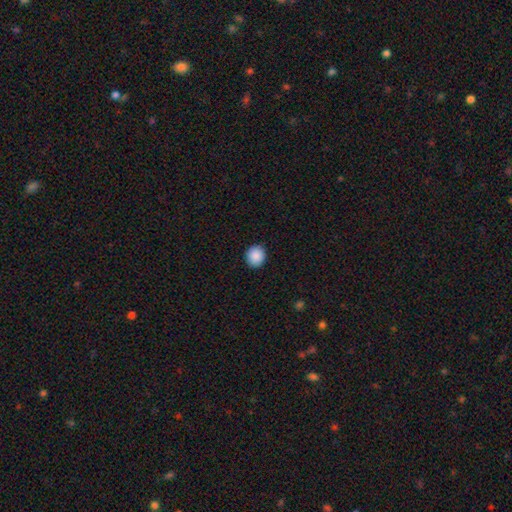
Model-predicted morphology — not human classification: type=smooth (89%); roundness=round (87%); merging=none (92%).